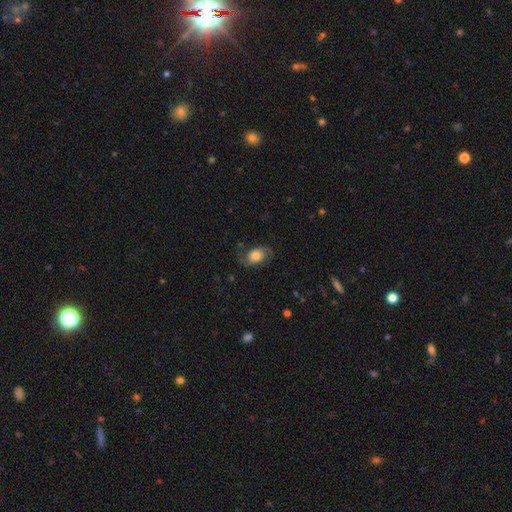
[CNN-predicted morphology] Smooth or featured: featured or disk — 60% (smooth — 32%)
Edge-on disk: no — 96% (yes — 4%)
Bar: no — 72% (weak — 23%)
Spiral arms: yes — 90% (no — 10%)
Spiral winding: loose — 46% (medium — 41%)
Spiral arm count: 2 — 90% (can't tell — 4%)
Bulge size: moderate — 41% (large — 32%)
Merging: none — 71% (minor disturbance — 17%)